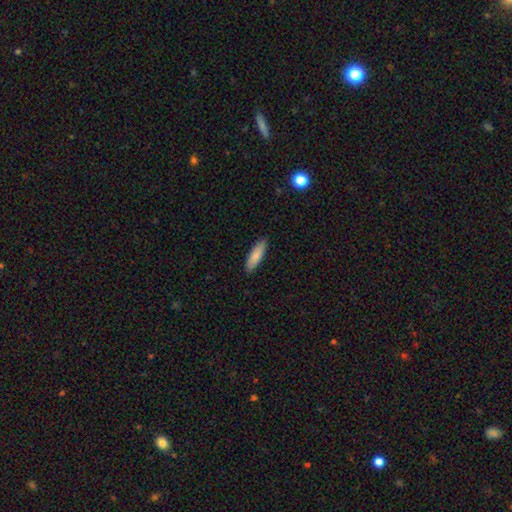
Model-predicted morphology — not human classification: smooth_or_featured: smooth (p=0.85) [alt: featured or disk p=0.09]
how_rounded: cigar-shaped (p=0.62) [alt: in between p=0.36]
merging: none (p=0.89) [alt: minor disturbance p=0.08]